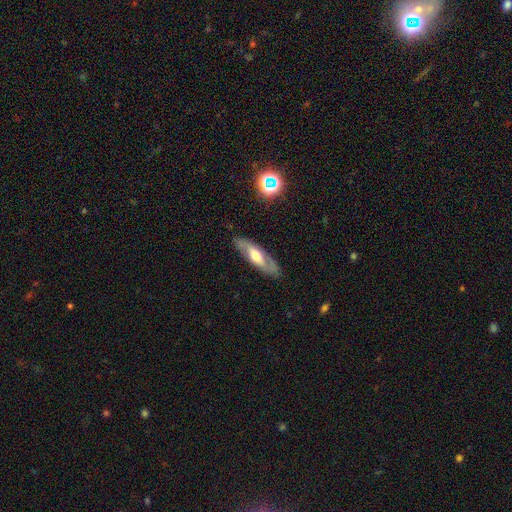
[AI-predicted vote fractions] smooth_or_featured: featured or disk (p=0.66) [alt: smooth p=0.28]
disk_edge_on: no (p=0.70) [alt: yes p=0.30]
merging: none (p=0.84) [alt: minor disturbance p=0.12]